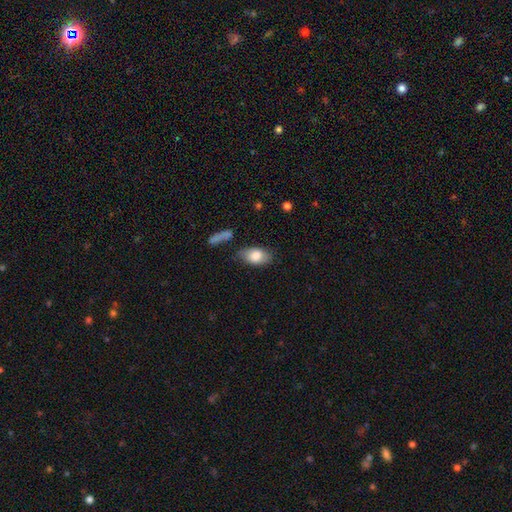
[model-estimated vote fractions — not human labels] Overall: smooth (80%). How rounded: in between (92%). Merging: none (76%).